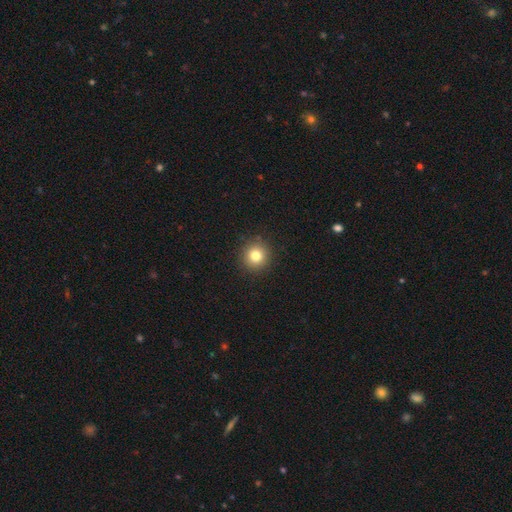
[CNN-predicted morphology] This is clearly a smooth galaxy (80%). How rounded: clearly round (93%). Merging: clearly none (92%).